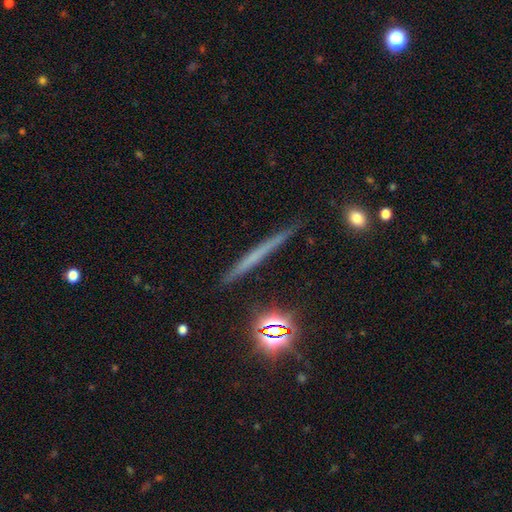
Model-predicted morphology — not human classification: This is marginally a featured or disk galaxy (43%). Merging: clearly none (88%).